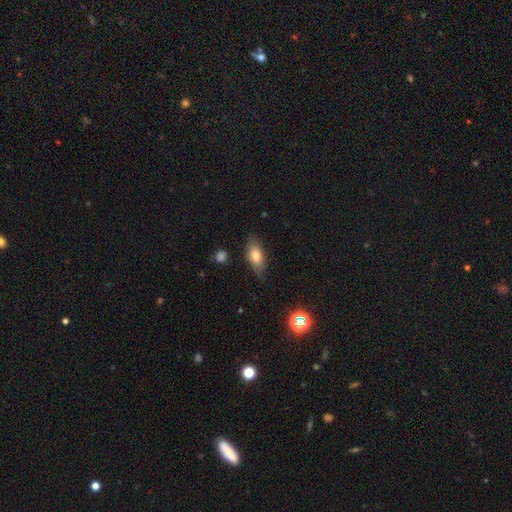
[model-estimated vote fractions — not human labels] Overall: smooth (74%). How rounded: in between (85%). Merging: none (77%).